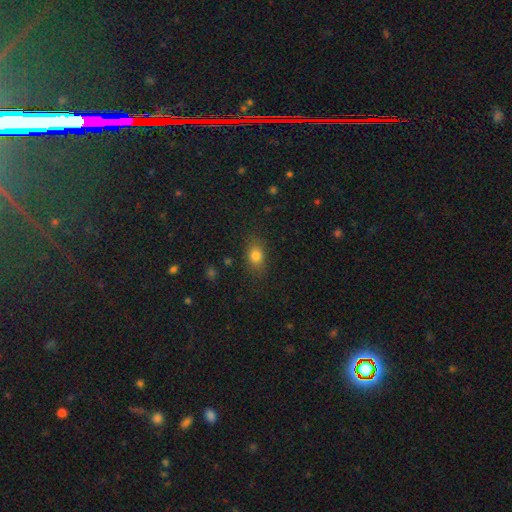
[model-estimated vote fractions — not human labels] Overall: smooth (80%). How rounded: in between (71%). Merging: none (82%).